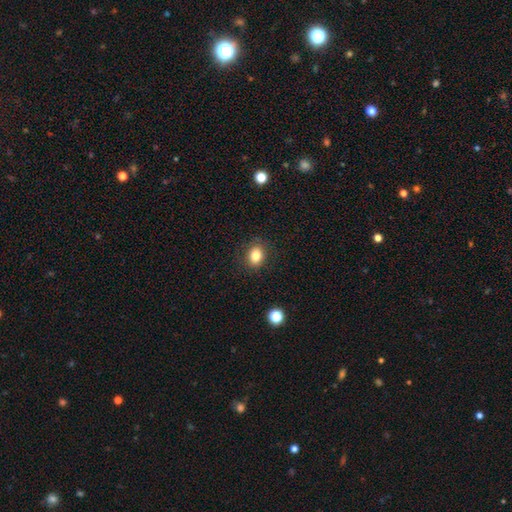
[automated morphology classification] A smooth galaxy with no disk features (83%) that is in between round and cigar-shaped (61%). Merging: none (86%).